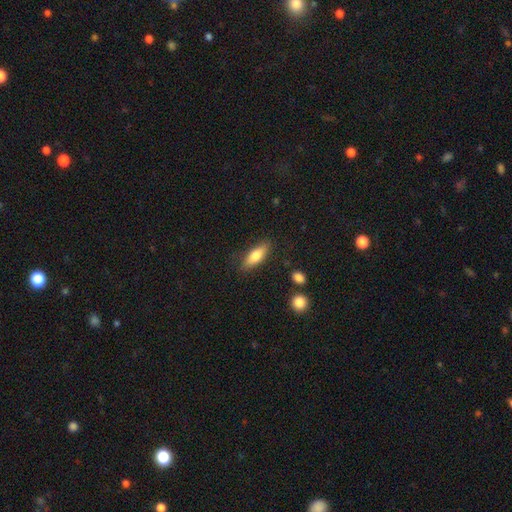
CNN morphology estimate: This is likely a smooth galaxy (71%). How rounded: possibly in between (58%). Merging: clearly none (84%).